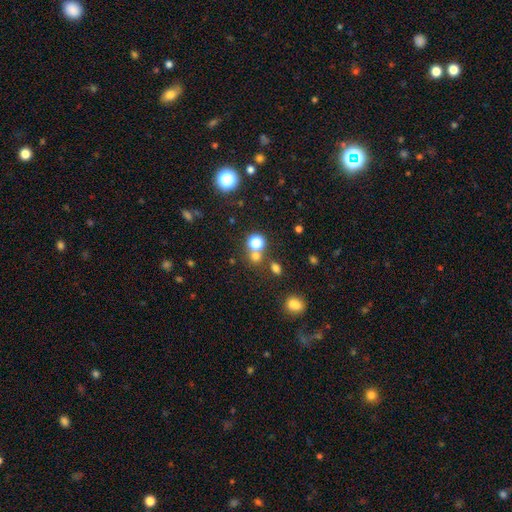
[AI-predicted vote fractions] A smooth galaxy with no disk features (66%) that is round (81%).

Vote fractions:
- Smooth or featured? smooth: 66% / star or artifact: 26% / featured or disk: 8%
- How rounded? round: 81% / in between: 18% / cigar-shaped: 1%
- Merging? none: 62% / merger: 26% / minor disturbance: 8% / major disturbance: 4%